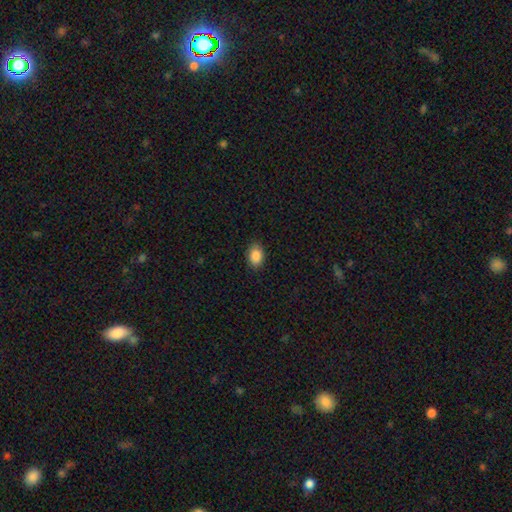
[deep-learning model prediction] Smooth or featured? smooth (89%)
How rounded? in between (78%)
Merging? none (86%)